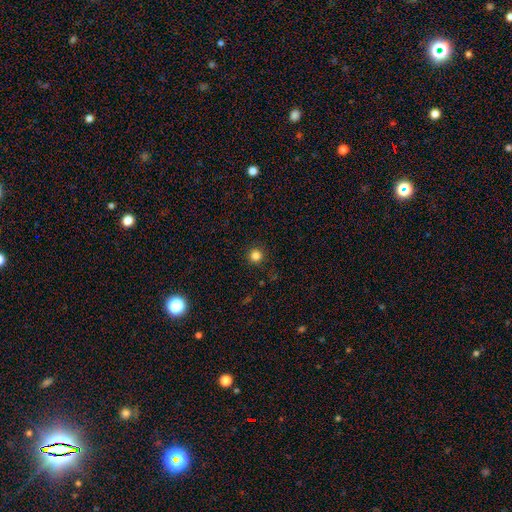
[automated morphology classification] smooth_or_featured: smooth (p=0.83) [alt: star or artifact p=0.13]
how_rounded: round (p=0.96) [alt: in between p=0.04]
merging: none (p=0.92) [alt: minor disturbance p=0.05]